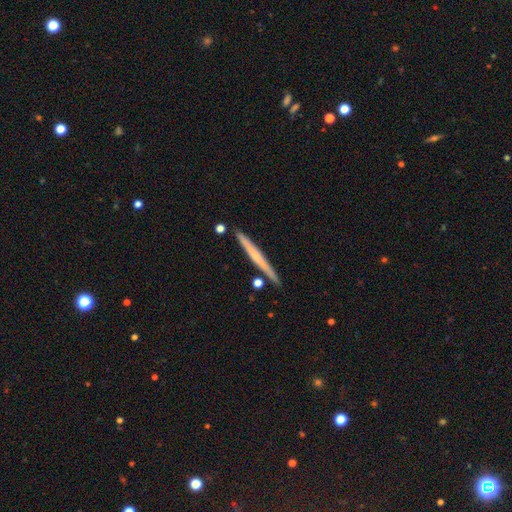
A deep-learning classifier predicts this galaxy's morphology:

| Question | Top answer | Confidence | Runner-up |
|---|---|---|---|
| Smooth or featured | featured or disk | 51% | smooth (43%) |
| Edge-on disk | yes | 97% | no (3%) |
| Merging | none | 88% | minor disturbance (8%) |